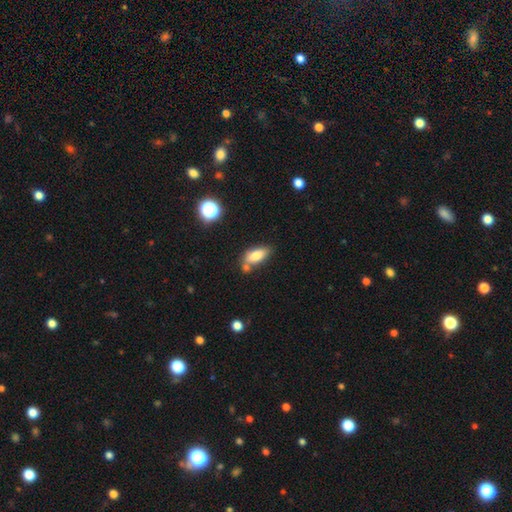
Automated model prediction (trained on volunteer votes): Q: Smooth or featured?
A: smooth (79%); runner-up: featured or disk (13%)
Q: How rounded?
A: in between (81%); runner-up: cigar-shaped (16%)
Q: Merging?
A: none (55%); runner-up: merger (20%)